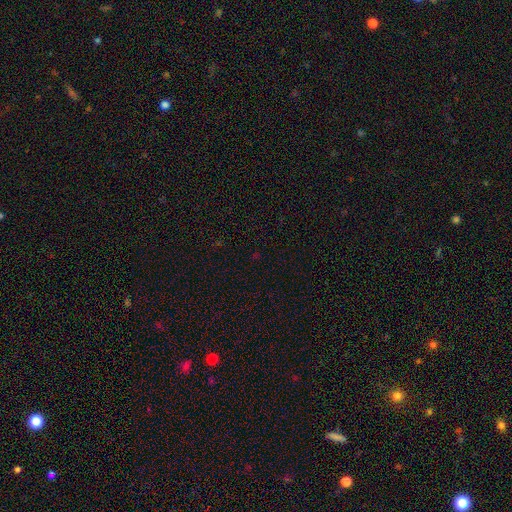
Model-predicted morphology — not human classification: Smooth or featured: star or artifact — 70% (smooth — 23%)